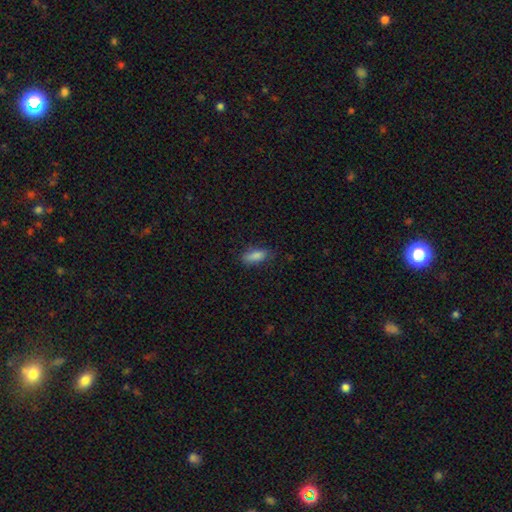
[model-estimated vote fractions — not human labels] Smooth or featured?
  - smooth: 86% *
  - star or artifact: 8%
  - featured or disk: 6%
How rounded?
  - in between: 75% *
  - cigar-shaped: 23%
  - round: 2%
Merging?
  - none: 74% *
  - minor disturbance: 20%
  - major disturbance: 5%
  - merger: 1%